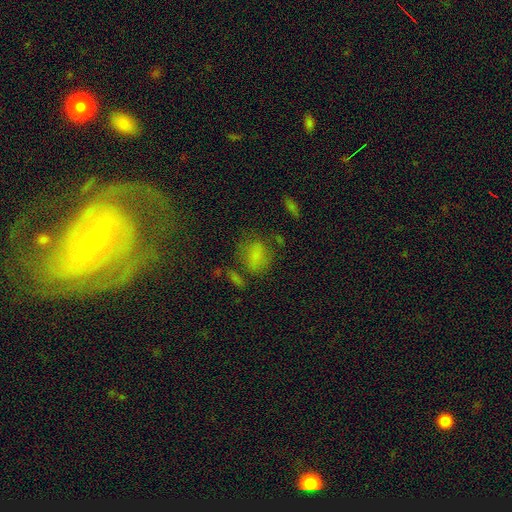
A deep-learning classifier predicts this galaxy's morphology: Overall: smooth (70%). How rounded: in between (54%; round 44%). Merging: none (55%; minor disturbance 21%).